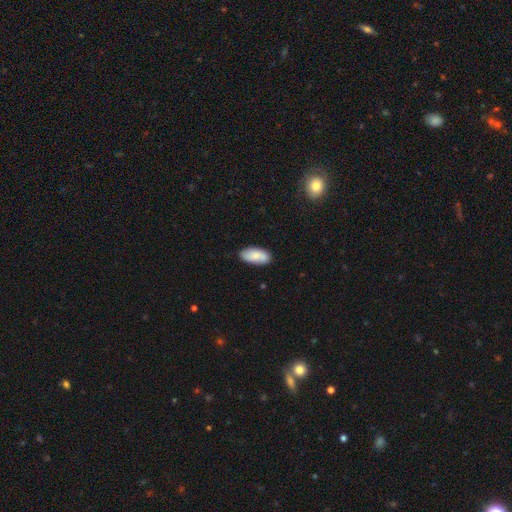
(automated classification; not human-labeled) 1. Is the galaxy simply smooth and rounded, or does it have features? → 78% smooth, 16% featured or disk, 6% star or artifact.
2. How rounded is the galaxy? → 91% in between, 7% cigar-shaped, 2% round.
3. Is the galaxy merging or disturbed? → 82% none, 14% minor disturbance, 2% major disturbance, 2% merger.